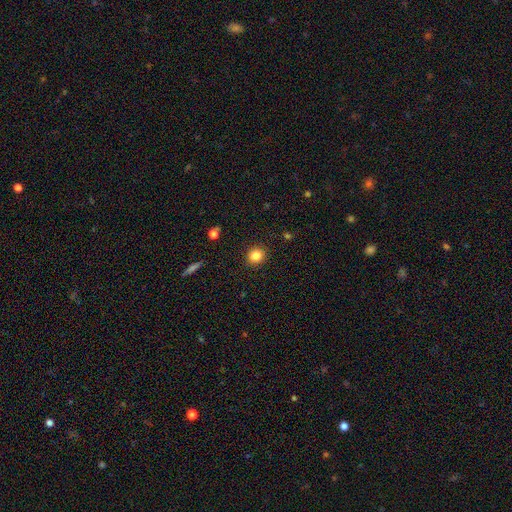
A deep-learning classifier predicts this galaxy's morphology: smooth_or_featured: smooth (p=0.83) [alt: star or artifact p=0.11]
how_rounded: round (p=0.83) [alt: in between p=0.16]
merging: none (p=0.91) [alt: minor disturbance p=0.06]